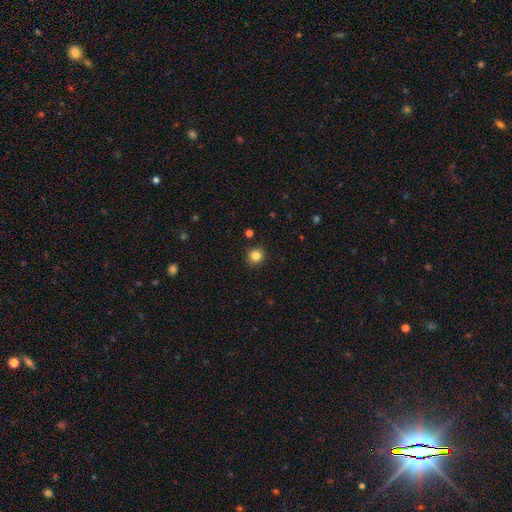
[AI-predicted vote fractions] smooth_or_featured: smooth (p=0.84) [alt: star or artifact p=0.12]
how_rounded: round (p=0.90) [alt: in between p=0.09]
merging: none (p=0.90) [alt: minor disturbance p=0.07]